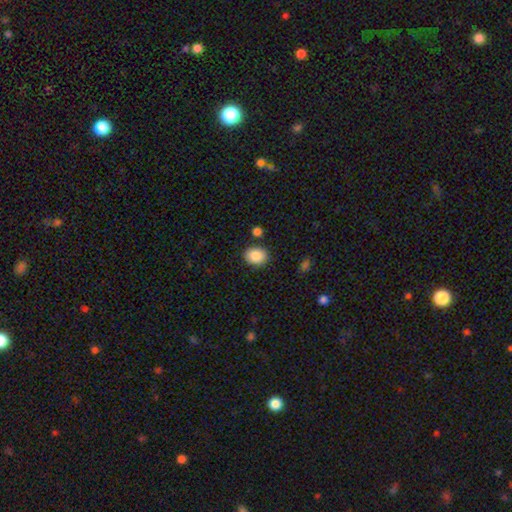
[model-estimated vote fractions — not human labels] Smooth or featured? Predicted: smooth (p=0.88). How rounded? Predicted: in between (p=0.51). Merging? Predicted: none (p=0.83).